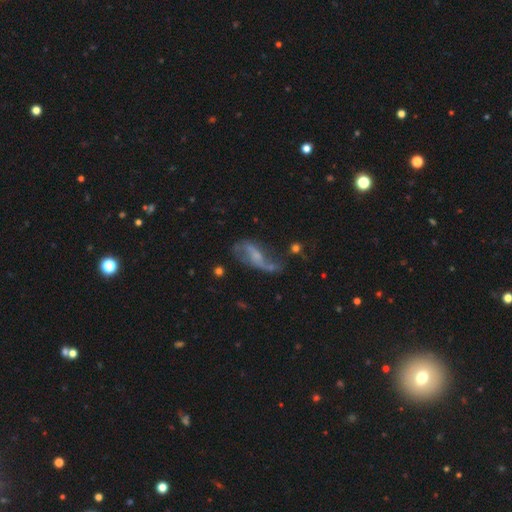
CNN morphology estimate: Smooth or featured? featured or disk (75%)
Edge-on disk? no (93%)
Bar? weak (42%)
Spiral arms? yes (85%)
Spiral winding? loose (85%)
Spiral arm count? 2 (84%)
Bulge size? small (39%)
Merging? none (43%)